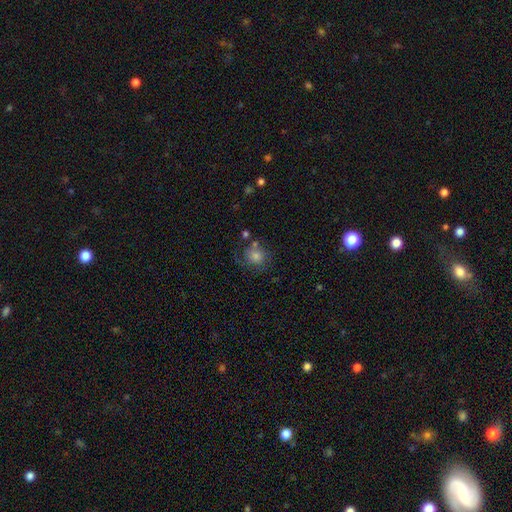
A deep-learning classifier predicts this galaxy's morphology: A smooth galaxy with no disk features (56%) that is round (83%). Merging: none (63%).